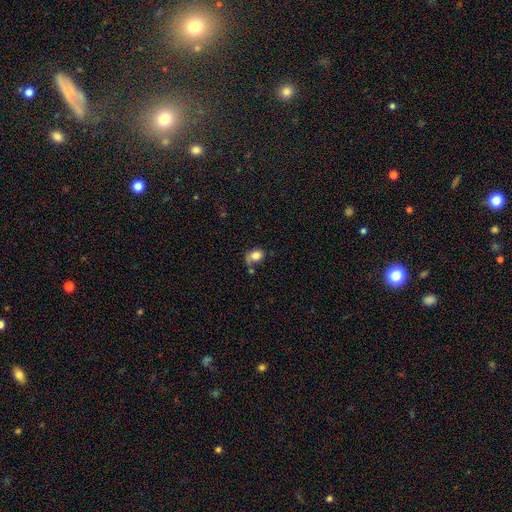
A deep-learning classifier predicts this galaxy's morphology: Smooth or featured? smooth (78%)
How rounded? in between (50%)
Merging? none (43%)